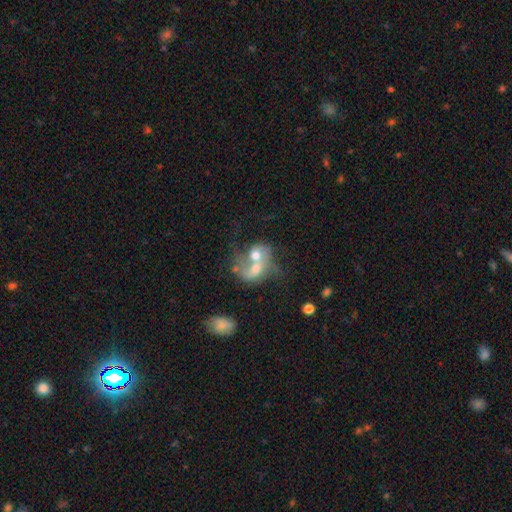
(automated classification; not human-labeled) Q: Smooth or featured?
A: featured or disk (50%); runner-up: smooth (41%)
Q: Edge-on disk?
A: no (97%); runner-up: yes (3%)
Q: Merging?
A: merger (78%); runner-up: none (8%)